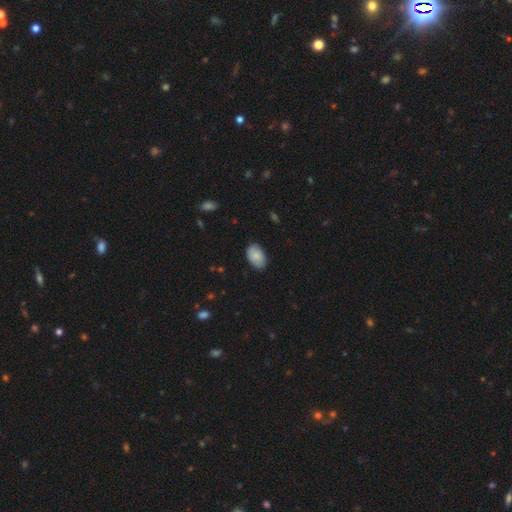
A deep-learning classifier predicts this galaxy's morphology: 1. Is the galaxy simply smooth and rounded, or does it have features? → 84% smooth, 10% featured or disk, 7% star or artifact.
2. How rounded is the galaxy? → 91% in between, 8% round, 1% cigar-shaped.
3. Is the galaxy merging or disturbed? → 79% none, 18% minor disturbance, 3% major disturbance, 1% merger.